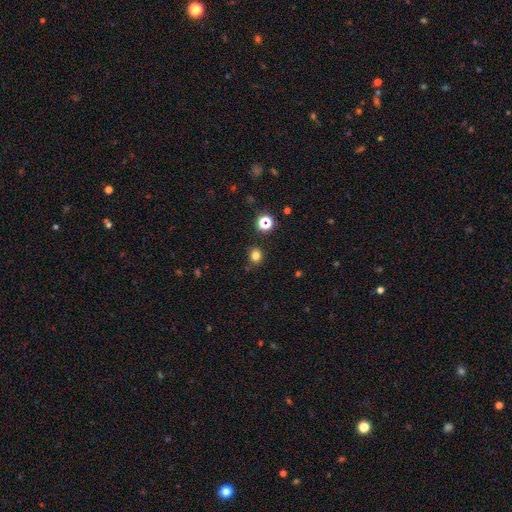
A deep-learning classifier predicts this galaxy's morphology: Smooth or featured?
  - smooth: 78% *
  - star or artifact: 17%
  - featured or disk: 5%
How rounded?
  - round: 76% *
  - in between: 23%
  - cigar-shaped: 1%
Merging?
  - none: 85% *
  - minor disturbance: 9%
  - merger: 3%
  - major disturbance: 3%